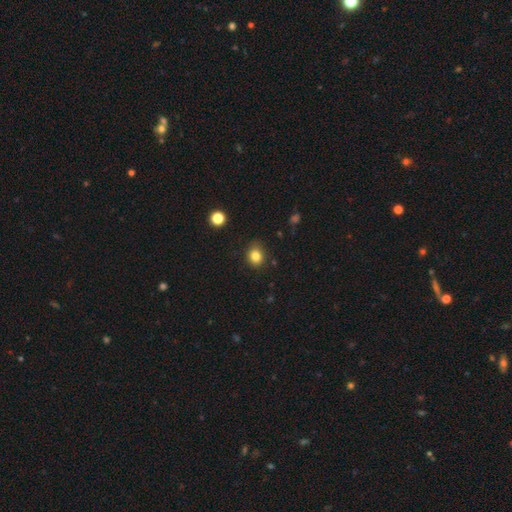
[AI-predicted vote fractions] Morphology: type=smooth (83%); roundness=round (65%); merging=none (84%).